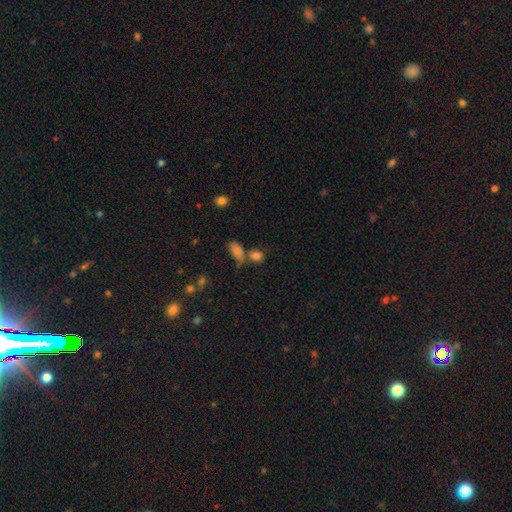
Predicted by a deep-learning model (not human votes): A smooth galaxy with no disk features (80%) that is round (52%).

Vote fractions:
- Smooth or featured? smooth: 80% / star or artifact: 13% / featured or disk: 7%
- How rounded? round: 52% / in between: 44% / cigar-shaped: 4%
- Merging? none: 53% / merger: 29% / minor disturbance: 12% / major disturbance: 6%